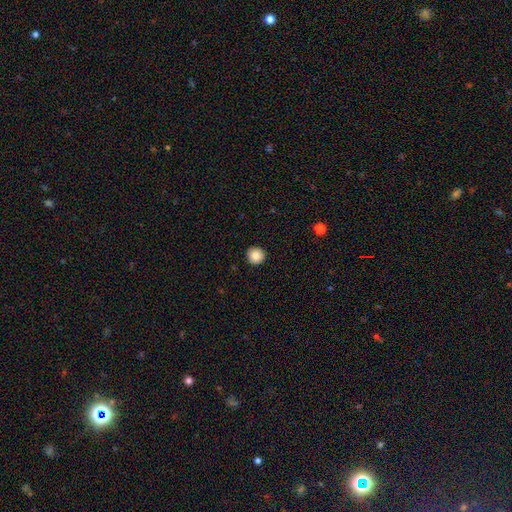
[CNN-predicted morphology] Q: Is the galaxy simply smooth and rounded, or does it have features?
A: smooth — 87%.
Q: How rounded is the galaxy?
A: round — 96%.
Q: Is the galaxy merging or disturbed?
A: none — 93%.